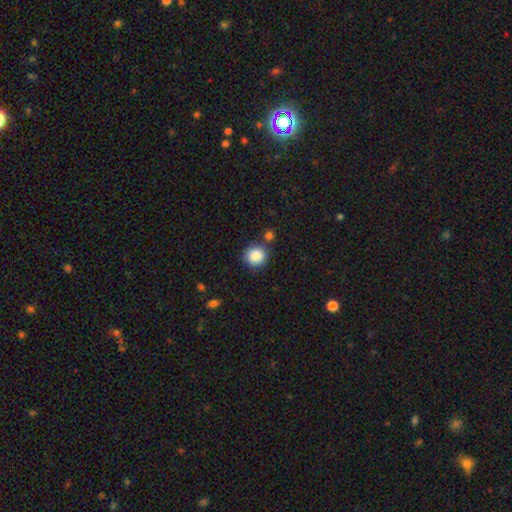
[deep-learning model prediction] Q: Smooth or featured?
A: smooth (88%); runner-up: star or artifact (9%)
Q: How rounded?
A: round (87%); runner-up: in between (12%)
Q: Merging?
A: none (77%); runner-up: minor disturbance (12%)